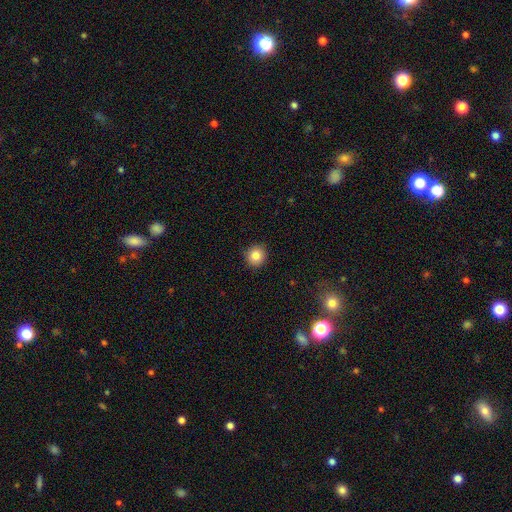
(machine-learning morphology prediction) Smooth or featured? Predicted: smooth (p=0.84). How rounded? Predicted: round (p=0.92). Merging? Predicted: none (p=0.91).